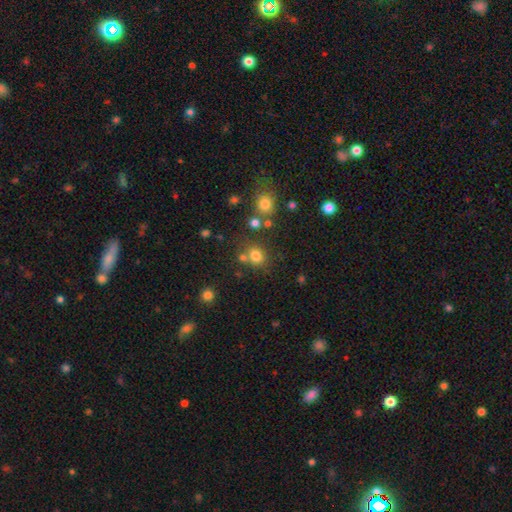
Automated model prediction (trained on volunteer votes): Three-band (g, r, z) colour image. It shows a smooth galaxy with no disk features (77%) that is round (74%). Merging: none (67%).